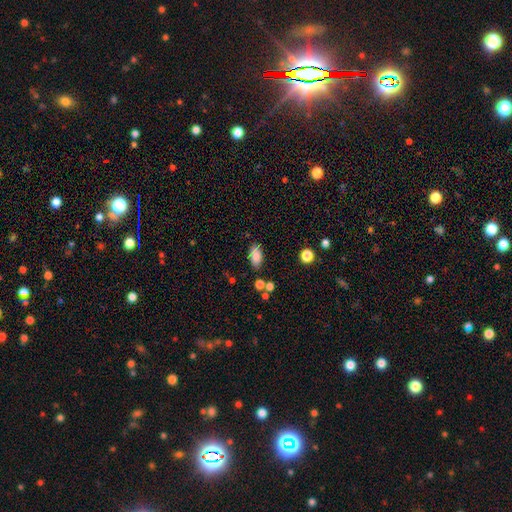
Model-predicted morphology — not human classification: This appears to be a smooth galaxy with no disk features (84%) that is in between round and cigar-shaped (91%). Merging: none (80%).